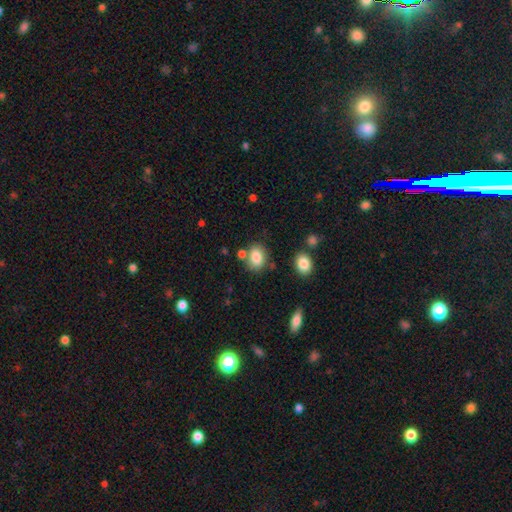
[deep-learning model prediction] Smooth or featured: smooth — 83% (star or artifact — 9%)
How rounded: in between — 67% (round — 32%)
Merging: none — 70% (minor disturbance — 14%)